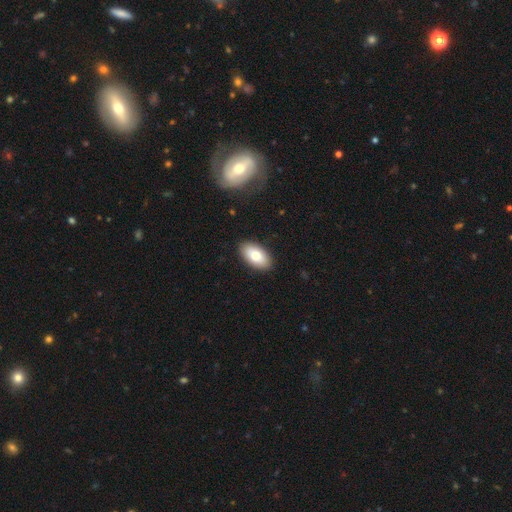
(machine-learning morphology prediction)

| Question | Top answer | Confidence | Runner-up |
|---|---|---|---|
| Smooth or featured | smooth | 76% | featured or disk (17%) |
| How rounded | in between | 94% | round (4%) |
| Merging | none | 89% | minor disturbance (8%) |